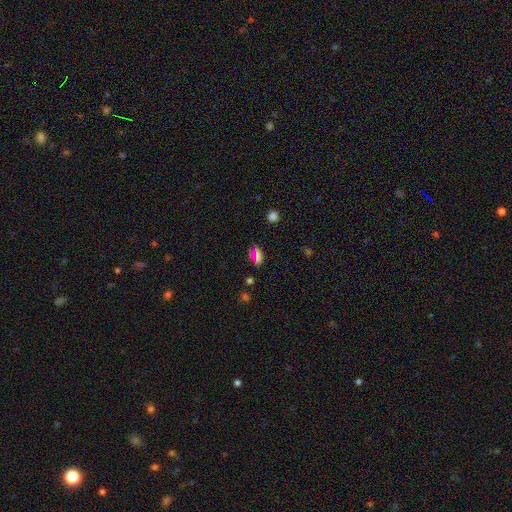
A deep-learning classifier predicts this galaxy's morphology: Smooth or featured? smooth (60%)
How rounded? in between (68%)
Merging? none (79%)